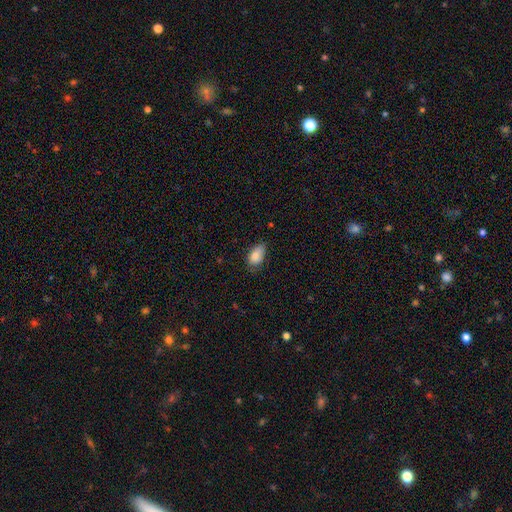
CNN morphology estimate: smooth_or_featured: smooth (p=0.85) [alt: featured or disk p=0.08]
how_rounded: in between (p=0.92) [alt: round p=0.06]
merging: none (p=0.58) [alt: minor disturbance p=0.34]